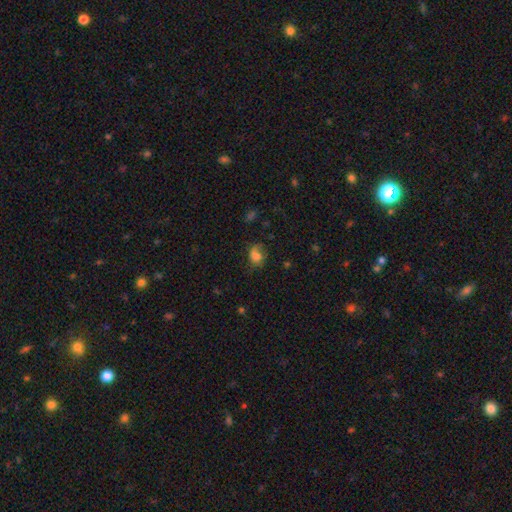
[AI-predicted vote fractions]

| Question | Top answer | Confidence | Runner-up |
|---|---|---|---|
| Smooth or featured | smooth | 69% | featured or disk (18%) |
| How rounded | in between | 62% | round (36%) |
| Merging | none | 43% | minor disturbance (29%) |